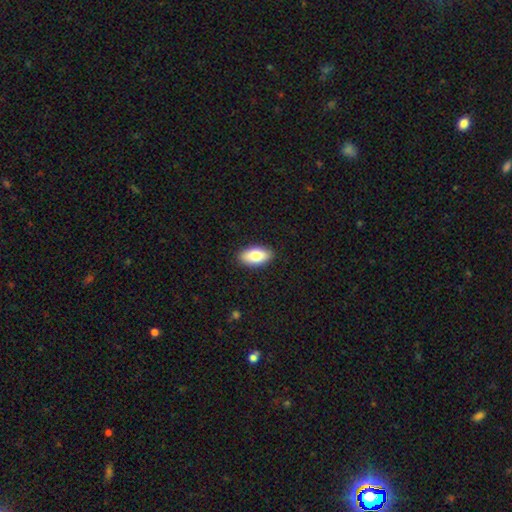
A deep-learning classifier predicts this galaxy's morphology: Smooth or featured?
  - smooth: 79% *
  - featured or disk: 14%
  - star or artifact: 7%
How rounded?
  - in between: 93% *
  - round: 4%
  - cigar-shaped: 3%
Merging?
  - none: 90% *
  - minor disturbance: 7%
  - major disturbance: 2%
  - merger: 1%